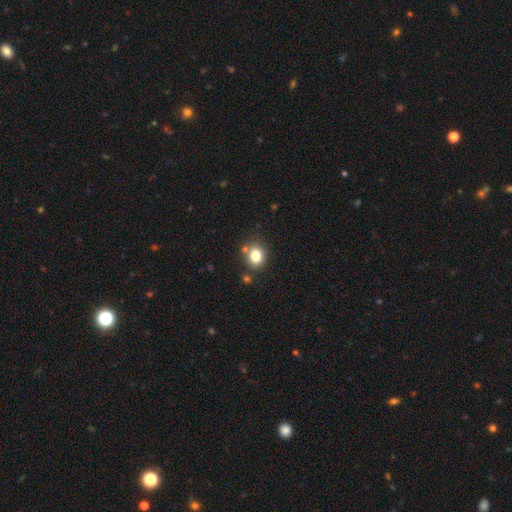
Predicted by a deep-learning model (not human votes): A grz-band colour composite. It shows a smooth galaxy with no disk features (81%) that is round (65%). Merging: none (74%).